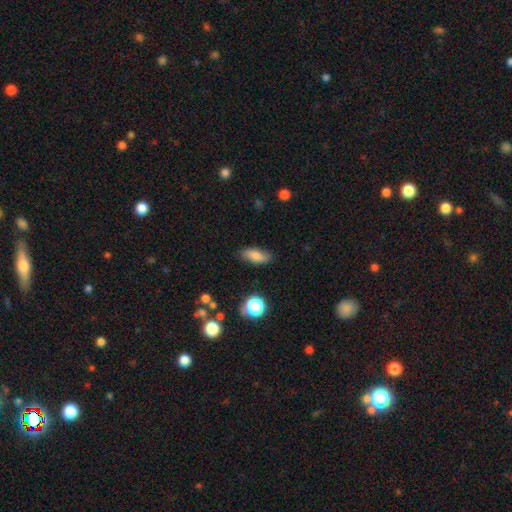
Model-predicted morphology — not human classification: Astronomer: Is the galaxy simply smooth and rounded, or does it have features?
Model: smooth — 77%.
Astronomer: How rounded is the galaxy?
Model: in between — 77%.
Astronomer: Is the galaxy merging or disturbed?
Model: none — 84%.